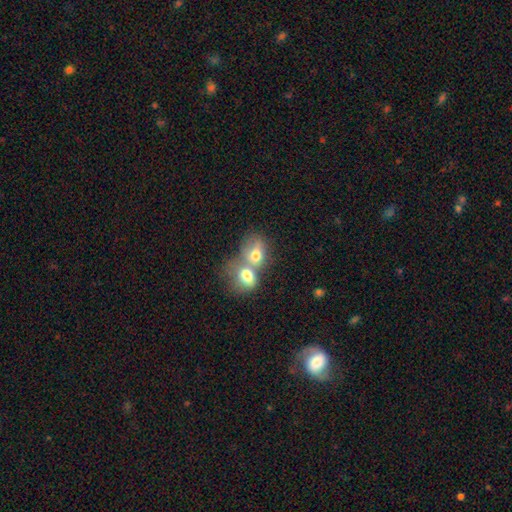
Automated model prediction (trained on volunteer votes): A smooth galaxy with no disk features (70%) that is in between round and cigar-shaped (58%).

Vote fractions:
- Smooth or featured? smooth: 70% / featured or disk: 21% / star or artifact: 9%
- How rounded? in between: 58% / round: 40% / cigar-shaped: 2%
- Merging? merger: 74% / none: 15% / minor disturbance: 6% / major disturbance: 6%